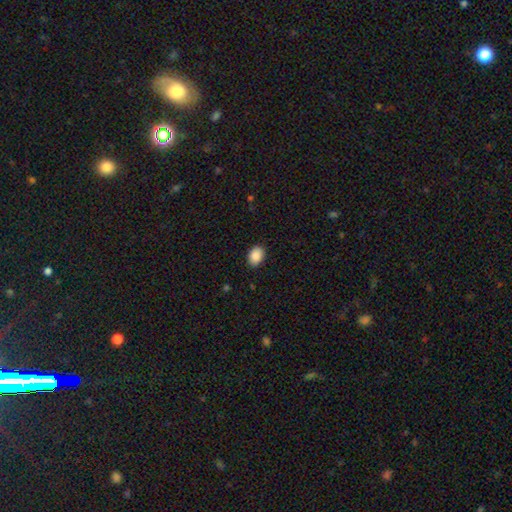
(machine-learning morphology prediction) Smooth or featured?
  - smooth: 90% *
  - star or artifact: 7%
  - featured or disk: 3%
How rounded?
  - in between: 81% *
  - round: 18%
  - cigar-shaped: 1%
Merging?
  - none: 88% *
  - minor disturbance: 9%
  - major disturbance: 2%
  - merger: 1%